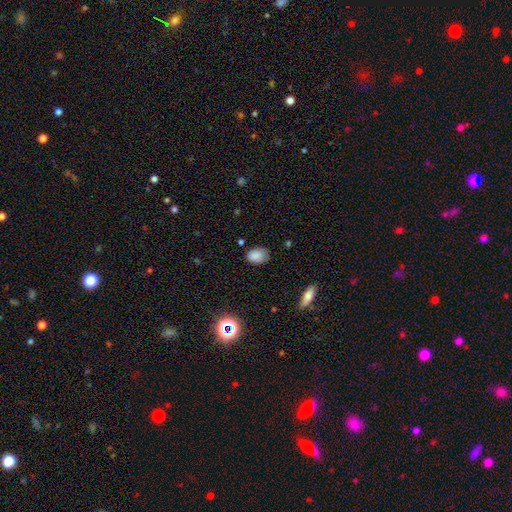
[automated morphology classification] type=smooth (83%); roundness=in between (79%); merging=none (65%).